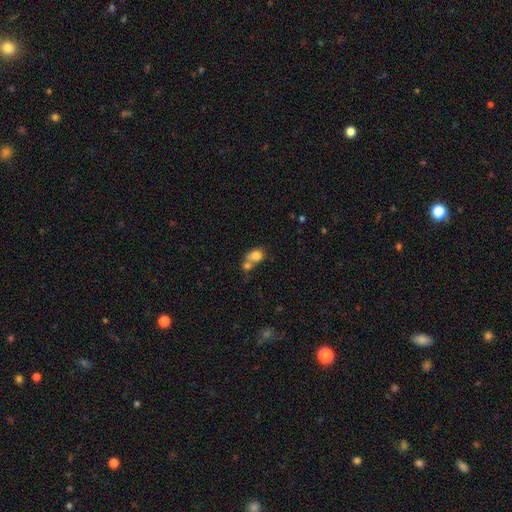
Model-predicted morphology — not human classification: This is likely a smooth galaxy (76%). How rounded: likely round (60%). Merging: possibly merger (59%).